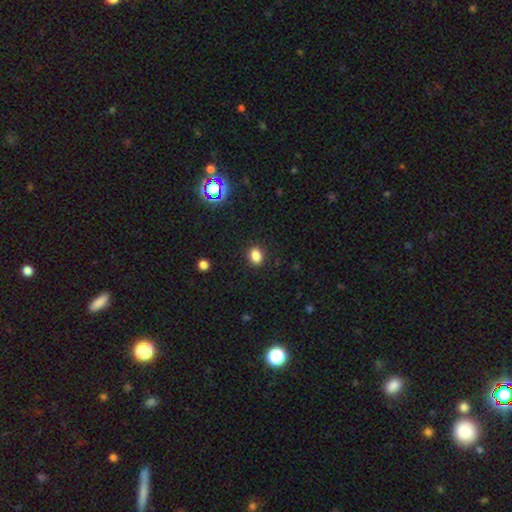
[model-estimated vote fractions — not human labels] smooth-or-featured: smooth: 85% | star or artifact: 12% | featured or disk: 4%
  how-rounded: in between: 60% | round: 39% | cigar-shaped: 1%
  merging: none: 89% | minor disturbance: 8% | major disturbance: 2% | merger: 1%